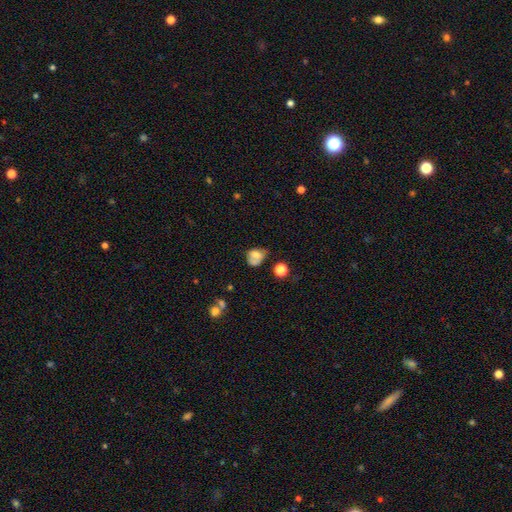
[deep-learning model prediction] This appears to be a smooth galaxy with no disk features (63%) that is in between round and cigar-shaped (54%). Merging: none (34%).